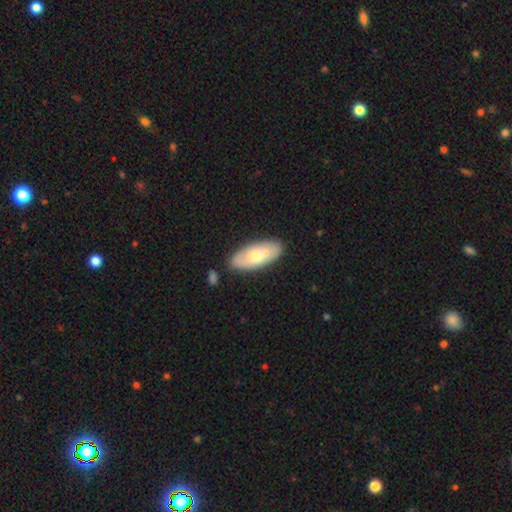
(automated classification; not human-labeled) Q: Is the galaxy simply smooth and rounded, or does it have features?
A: smooth — 58%.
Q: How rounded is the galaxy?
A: in between — 86%.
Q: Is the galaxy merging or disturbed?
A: none — 75%.